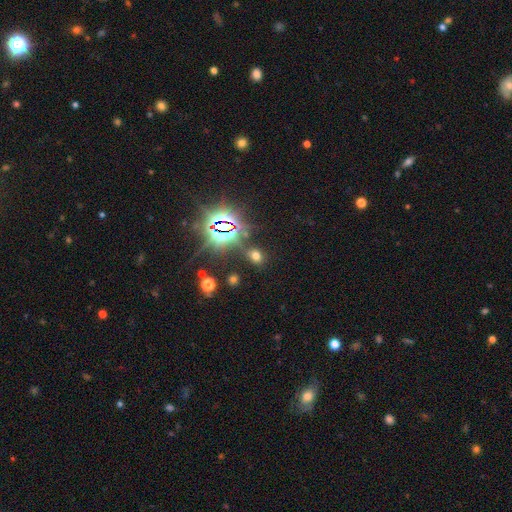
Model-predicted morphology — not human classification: Smooth or featured? smooth (52%)
How rounded? in between (52%)
Merging? none (78%)